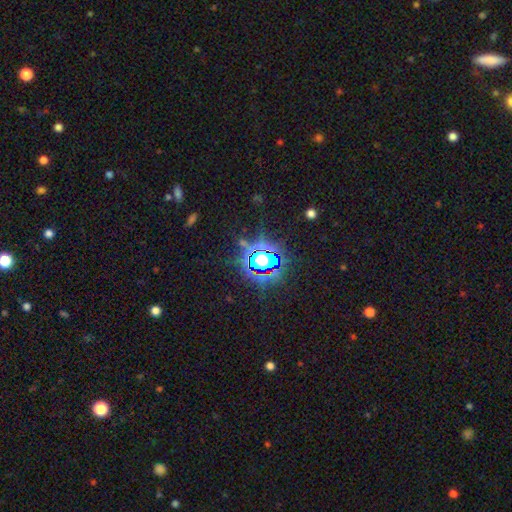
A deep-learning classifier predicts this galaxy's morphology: Smooth or featured: star or artifact — 83% (smooth — 10%)